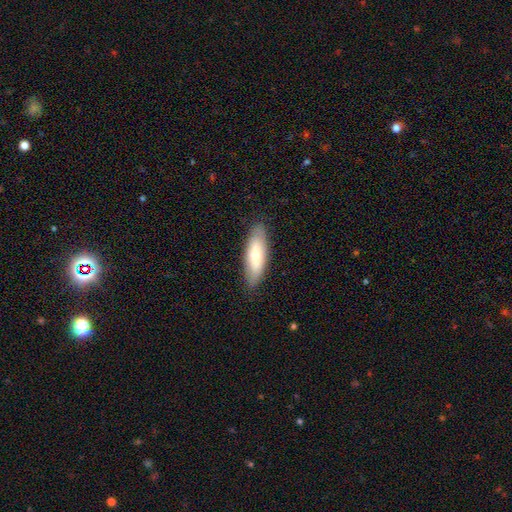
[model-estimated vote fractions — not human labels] smooth_or_featured: smooth (p=0.69) [alt: featured or disk p=0.25]
how_rounded: in between (p=0.56) [alt: cigar-shaped p=0.42]
merging: none (p=0.86) [alt: minor disturbance p=0.11]